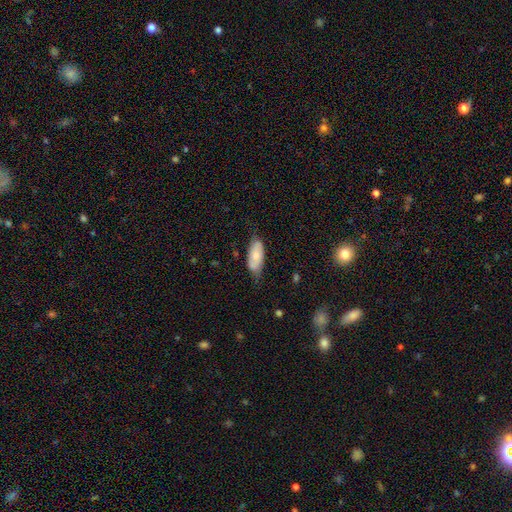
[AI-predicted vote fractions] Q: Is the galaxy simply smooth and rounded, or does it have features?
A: smooth — 74%.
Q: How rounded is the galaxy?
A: in between — 87%.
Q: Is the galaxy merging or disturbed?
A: none — 62%.